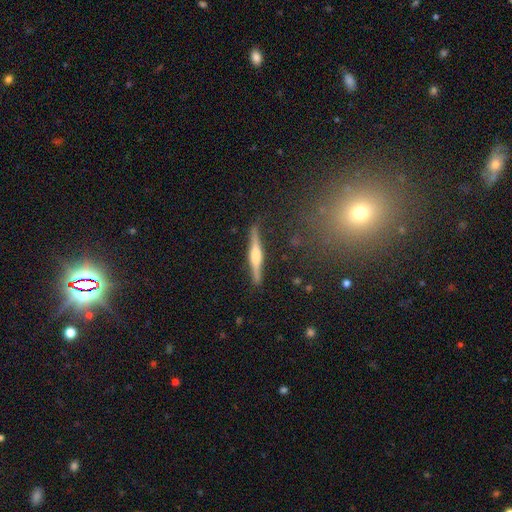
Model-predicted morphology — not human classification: Smooth or featured? Predicted: featured or disk (p=0.64). Edge-on disk? Predicted: yes (p=0.97). Edge-on bulge? Predicted: rounded (p=0.60). Merging? Predicted: none (p=0.86).